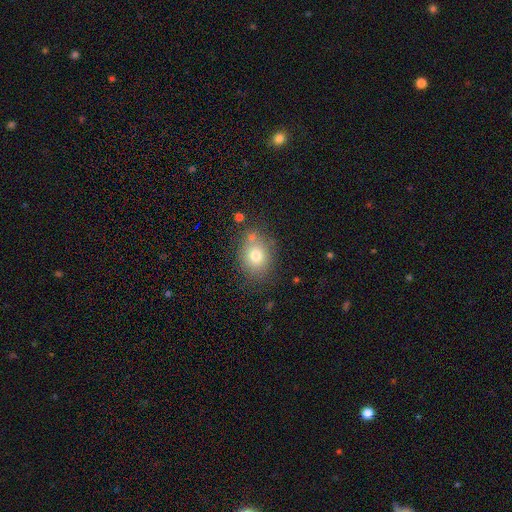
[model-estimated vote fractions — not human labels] Smooth or featured?
  - smooth: 76% *
  - featured or disk: 13%
  - star or artifact: 11%
How rounded?
  - round: 51% *
  - in between: 48%
  - cigar-shaped: 1%
Merging?
  - none: 70% *
  - minor disturbance: 16%
  - merger: 8%
  - major disturbance: 5%